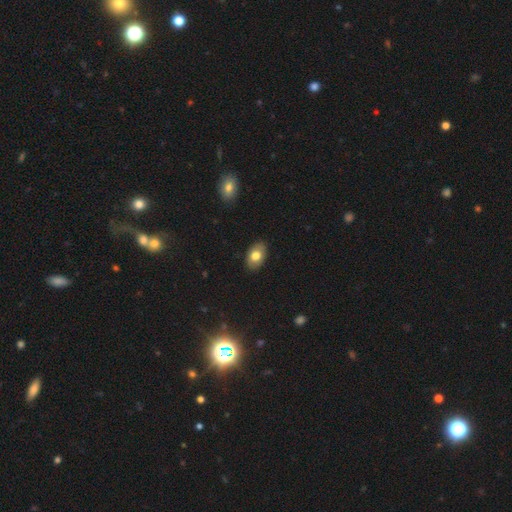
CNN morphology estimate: Smooth or featured? Predicted: smooth (p=0.75). How rounded? Predicted: in between (p=0.88). Merging? Predicted: none (p=0.87).